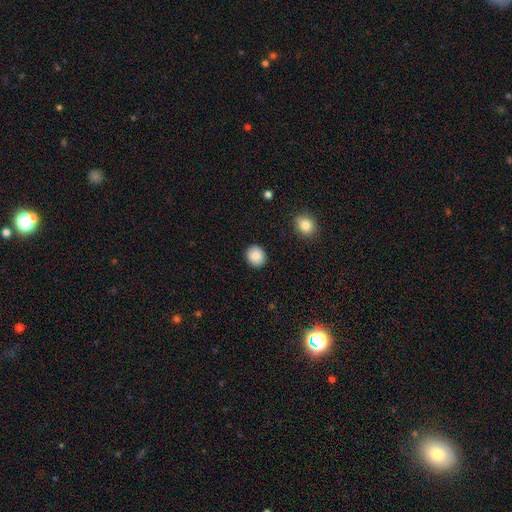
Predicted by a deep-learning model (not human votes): smooth 87%, star or artifact 8%, featured or disk 5%. Down the decision tree: how rounded — round (75%); merging — none (91%).